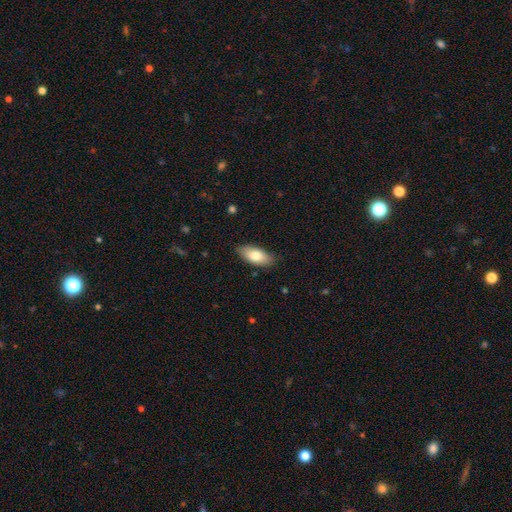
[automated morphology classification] Smooth or featured?
  - smooth: 79% *
  - featured or disk: 15%
  - star or artifact: 6%
How rounded?
  - in between: 88% *
  - cigar-shaped: 9%
  - round: 2%
Merging?
  - none: 83% *
  - minor disturbance: 14%
  - major disturbance: 2%
  - merger: 1%